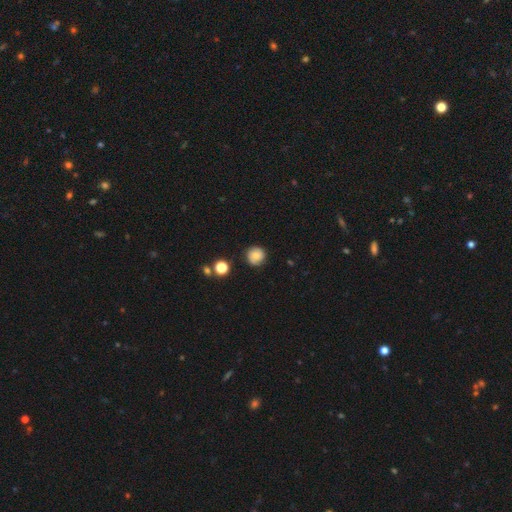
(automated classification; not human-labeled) Smooth or featured?
  - smooth: 73% *
  - featured or disk: 16%
  - star or artifact: 10%
How rounded?
  - round: 92% *
  - in between: 7%
  - cigar-shaped: 1%
Merging?
  - none: 84% *
  - minor disturbance: 11%
  - major disturbance: 3%
  - merger: 2%